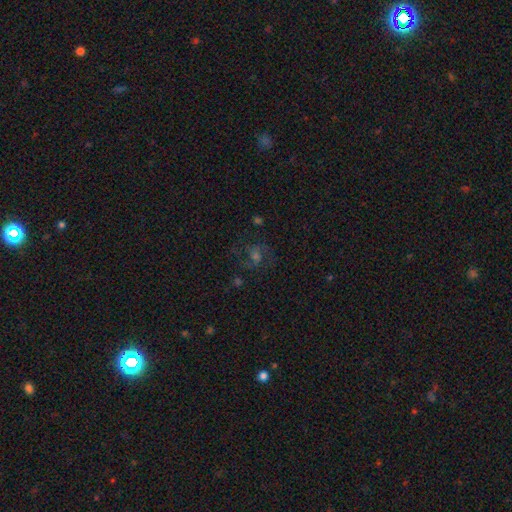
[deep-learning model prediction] A featured or disk galaxy (61%) with no bar (46%), 2 (84%) medium (55%) spiral arms (91%) and a moderate central bulge (45%). Merging: none (74%).